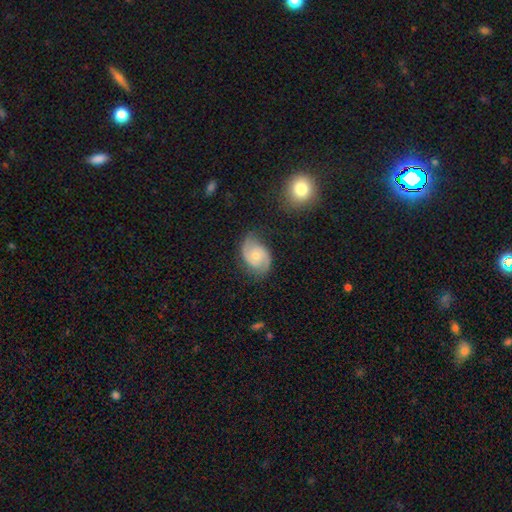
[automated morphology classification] type=featured or disk (75%); edge-on=no (97%); bar=no (65%); spiral arms=yes (95%); winding=medium (49%); arm count=2 (88%); bulge=small (53%); merging=none (69%).